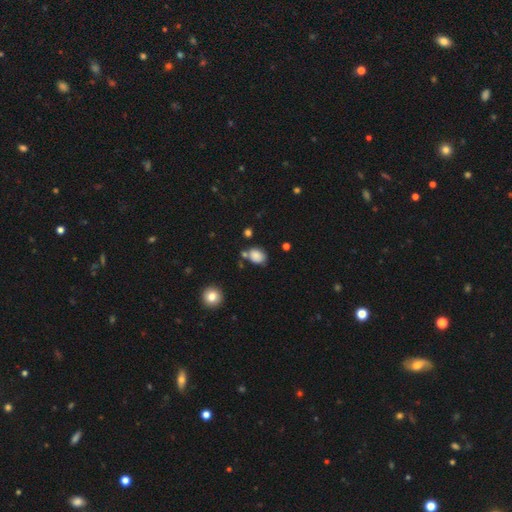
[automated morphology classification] The model was most divided on "how rounded": in between: 63%, round: 36%, cigar-shaped: 1%. More confident: smooth or featured — smooth (84%); merging — none (62%).